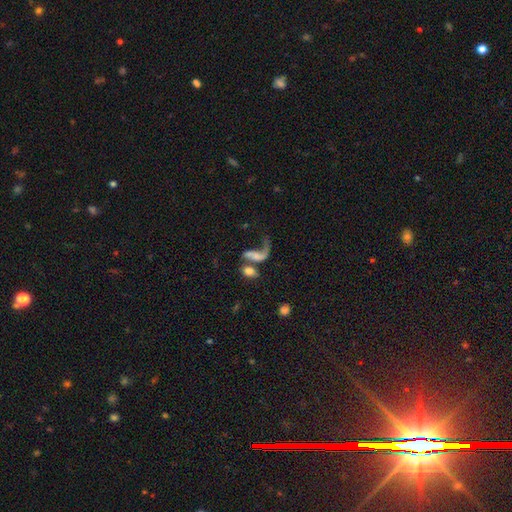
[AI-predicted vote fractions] Q: Smooth or featured?
A: featured or disk (49%); runner-up: smooth (39%)
Q: Merging?
A: merger (42%); runner-up: major disturbance (30%)